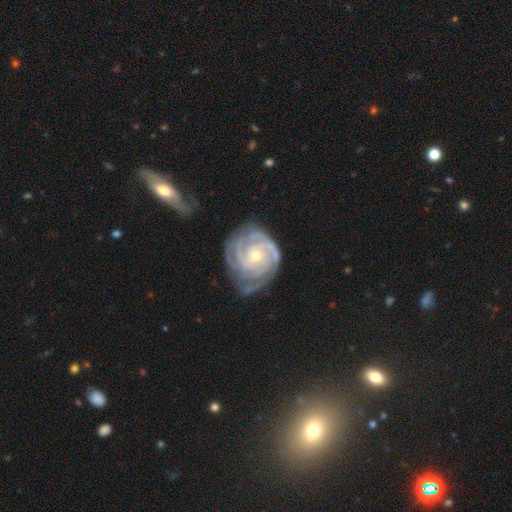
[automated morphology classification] The model was most divided on "spiral arm count": 3: 29%, 4: 25%, can't tell: 19%, 2: 13%, more than 4: 8%, 1: 6%. More confident: spiral arms — yes (98%); edge-on disk — no (98%); smooth or featured — featured or disk (90%); spiral winding — tight (80%); bar — no (71%); merging — none (67%); bulge size — small (61%).